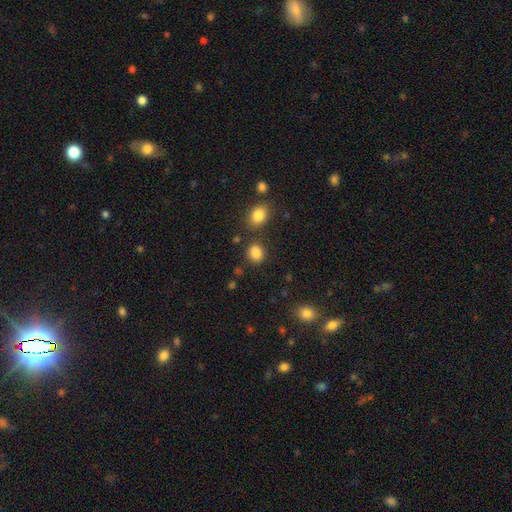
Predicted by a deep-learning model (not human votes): Q: Smooth or featured?
A: smooth (84%); runner-up: star or artifact (11%)
Q: How rounded?
A: round (66%); runner-up: in between (33%)
Q: Merging?
A: none (80%); runner-up: minor disturbance (10%)